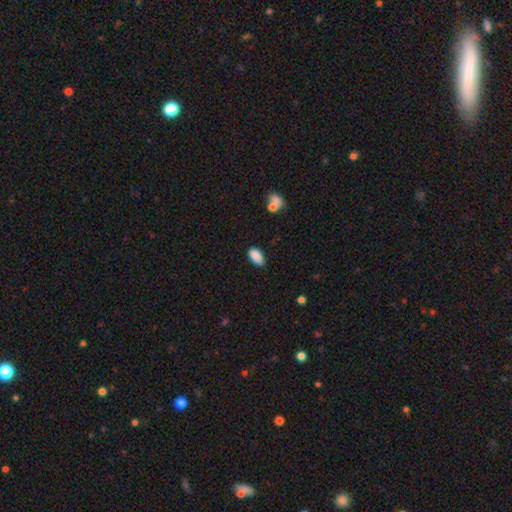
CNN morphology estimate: Smooth or featured? Predicted: smooth (p=0.88). How rounded? Predicted: in between (p=0.93). Merging? Predicted: none (p=0.74).